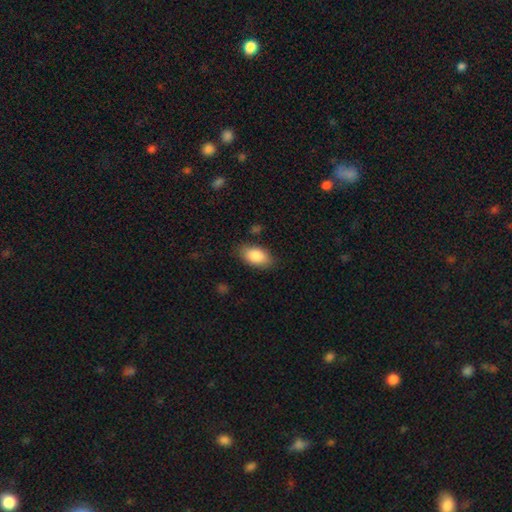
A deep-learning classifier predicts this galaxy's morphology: smooth_or_featured: smooth (p=0.86) [alt: featured or disk p=0.07]
how_rounded: in between (p=0.93) [alt: round p=0.04]
merging: none (p=0.83) [alt: minor disturbance p=0.13]